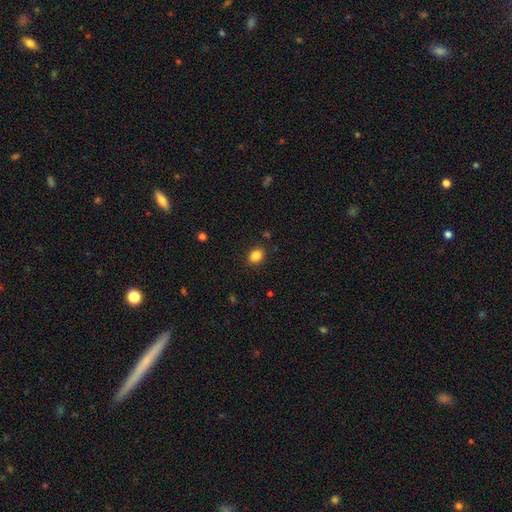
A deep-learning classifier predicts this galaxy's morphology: A smooth galaxy with no disk features (86%) that is in between round and cigar-shaped (53%).

Vote fractions:
- Smooth or featured? smooth: 86% / star or artifact: 10% / featured or disk: 4%
- How rounded? in between: 53% / round: 46% / cigar-shaped: 1%
- Merging? none: 88% / minor disturbance: 8% / major disturbance: 2% / merger: 1%